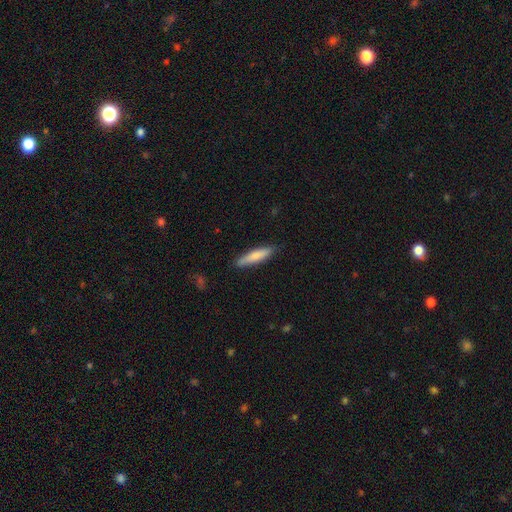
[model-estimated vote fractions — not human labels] Smooth or featured: smooth — 78% (featured or disk — 17%)
How rounded: cigar-shaped — 84% (in between — 15%)
Merging: none — 86% (minor disturbance — 11%)